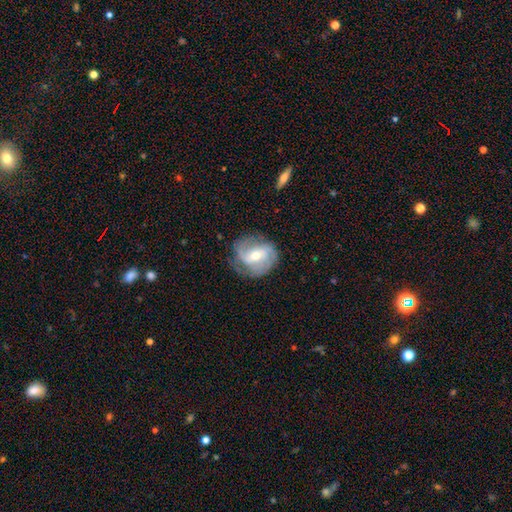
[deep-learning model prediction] Smooth or featured? Predicted: featured or disk (p=0.78). Edge-on disk? Predicted: no (p=0.97). Bar? Predicted: weak (p=0.43). Spiral arms? Predicted: yes (p=0.92). Spiral winding? Predicted: medium (p=0.43). Spiral arm count? Predicted: 2 (p=0.47). Bulge size? Predicted: moderate (p=0.54). Merging? Predicted: none (p=0.70).